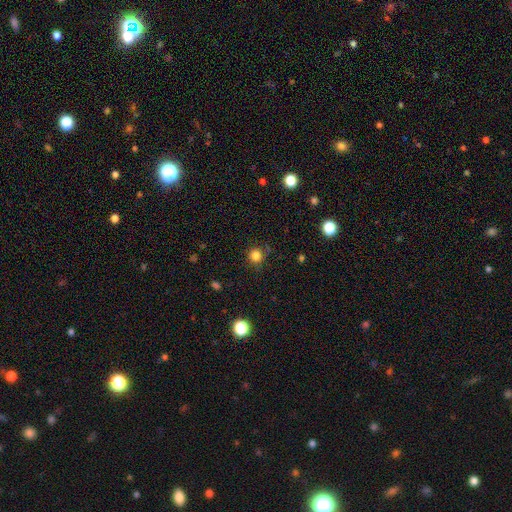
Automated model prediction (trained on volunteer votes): This appears to be a smooth galaxy with no disk features (83%) that is round (92%). Merging: none (83%).